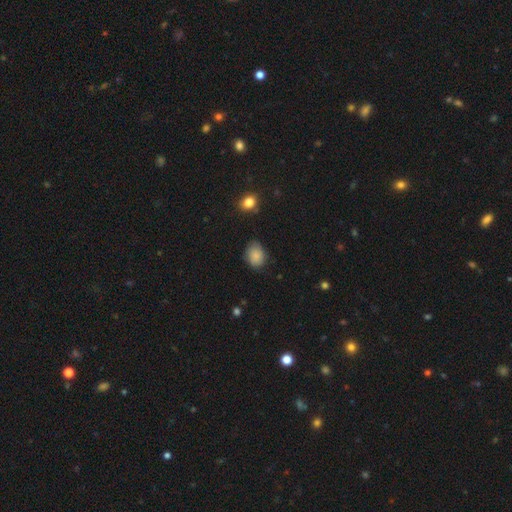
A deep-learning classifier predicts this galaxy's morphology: Overall: smooth (85%). How rounded: in between (60%; round 39%). Merging: none (74%).